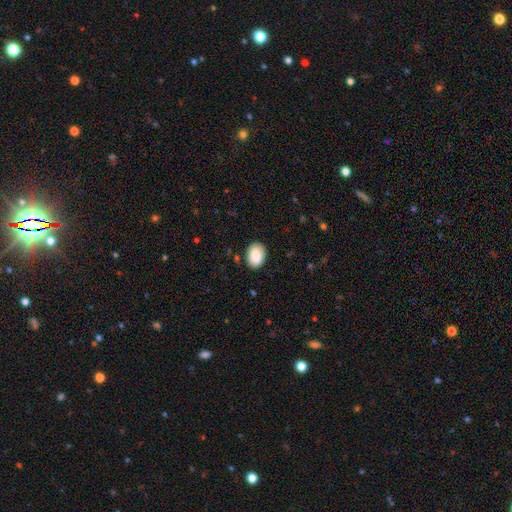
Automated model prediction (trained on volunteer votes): smooth_or_featured: smooth (p=0.87) [alt: star or artifact p=0.07]
how_rounded: in between (p=0.80) [alt: round p=0.19]
merging: none (p=0.87) [alt: minor disturbance p=0.10]